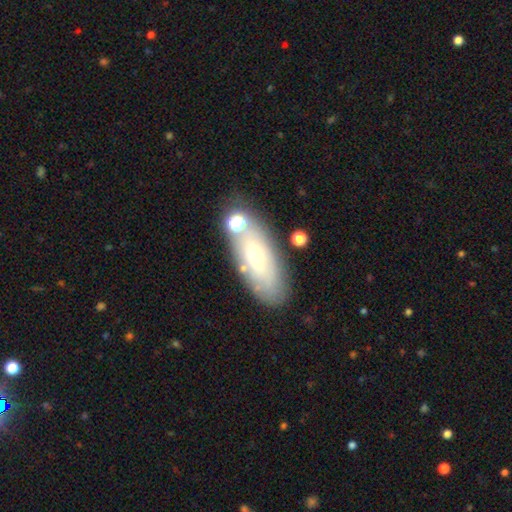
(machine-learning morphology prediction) A smooth galaxy with no disk features (48%). Merging: none (72%).